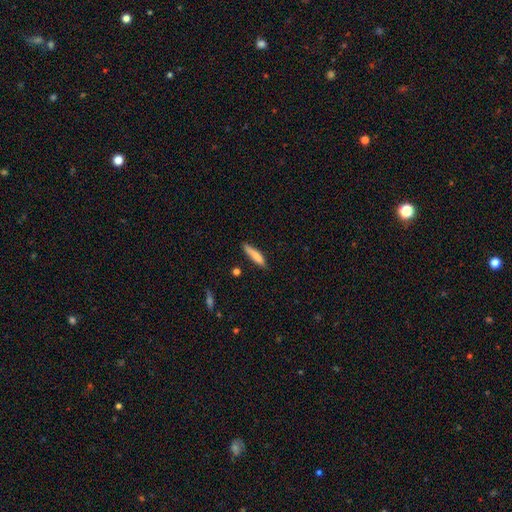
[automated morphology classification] A smooth galaxy with no disk features (77%) that is cigar-shaped (84%). Merging: none (79%).